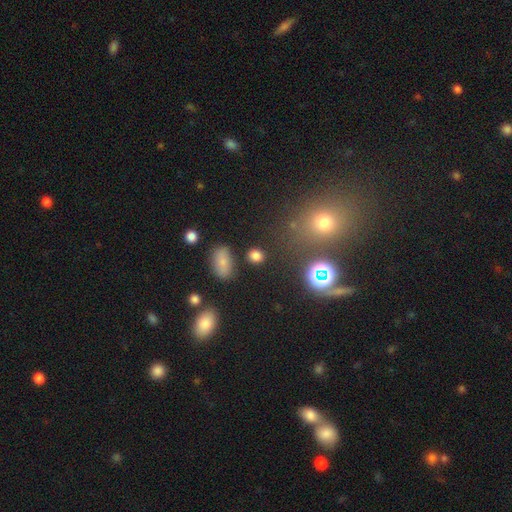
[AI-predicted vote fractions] Smooth or featured?
  - smooth: 77% *
  - star or artifact: 17%
  - featured or disk: 6%
How rounded?
  - round: 58% *
  - in between: 40%
  - cigar-shaped: 2%
Merging?
  - none: 82% *
  - minor disturbance: 10%
  - merger: 5%
  - major disturbance: 4%